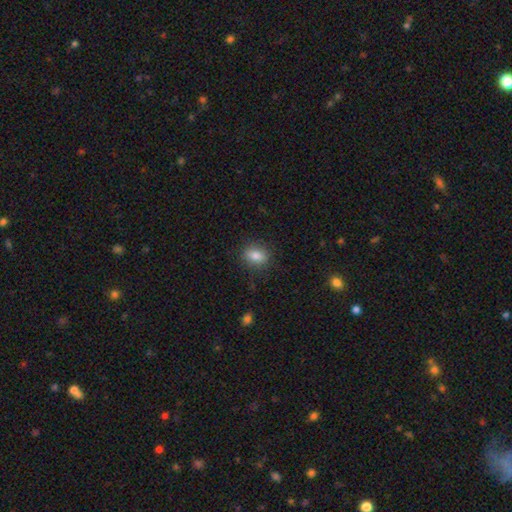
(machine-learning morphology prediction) A smooth galaxy with no disk features (82%) that is in between round and cigar-shaped (60%).

Vote fractions:
- Smooth or featured? smooth: 82% / star or artifact: 9% / featured or disk: 8%
- How rounded? in between: 60% / round: 39% / cigar-shaped: 2%
- Merging? none: 85% / minor disturbance: 11% / major disturbance: 3% / merger: 1%